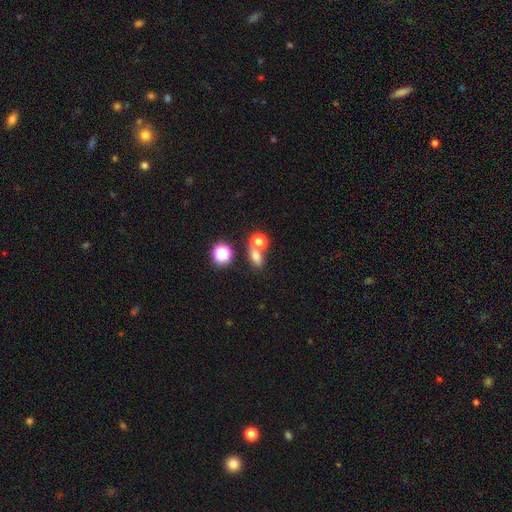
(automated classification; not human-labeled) smooth_or_featured: smooth (p=0.69) [alt: star or artifact p=0.20]
how_rounded: in between (p=0.59) [alt: round p=0.38]
merging: none (p=0.52) [alt: merger p=0.34]